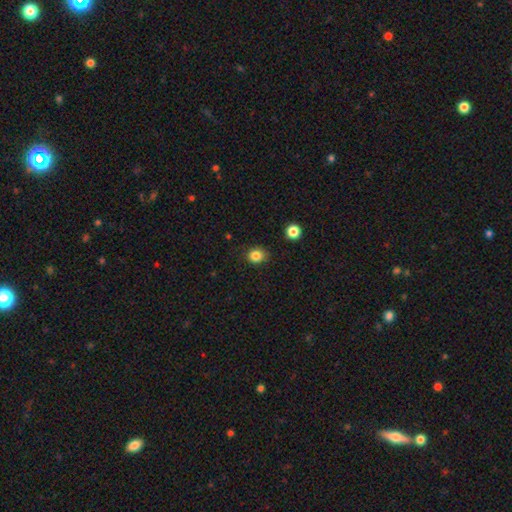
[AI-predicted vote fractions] smooth-or-featured: smooth: 83% | star or artifact: 12% | featured or disk: 5%
  how-rounded: round: 77% | in between: 22% | cigar-shaped: 1%
  merging: none: 83% | minor disturbance: 12% | major disturbance: 3% | merger: 2%